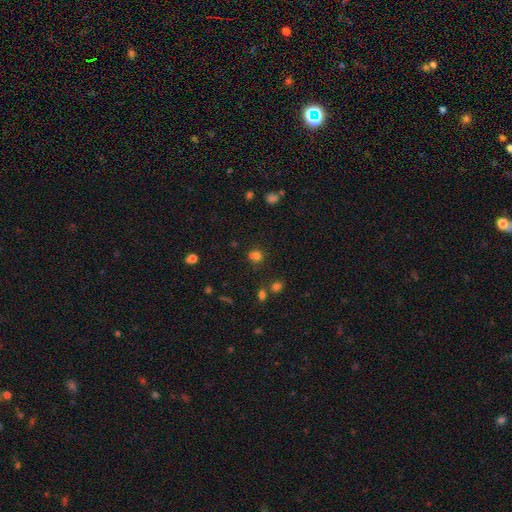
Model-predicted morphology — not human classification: smooth_or_featured: smooth (p=0.66) [alt: star or artifact p=0.24]
how_rounded: round (p=0.83) [alt: in between p=0.16]
merging: none (p=0.51) [alt: merger p=0.37]